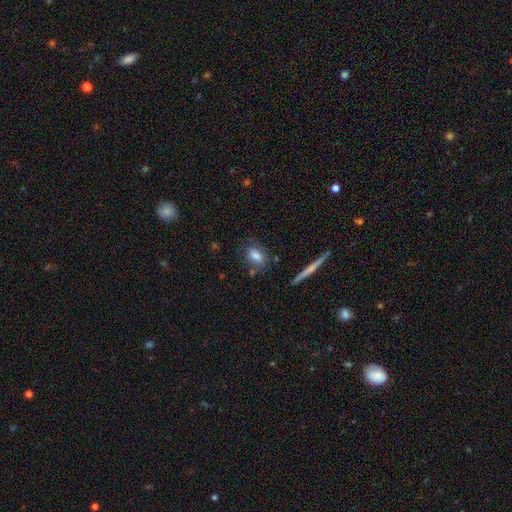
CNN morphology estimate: Overall: smooth (80%). How rounded: in between (75%). Merging: none (72%).